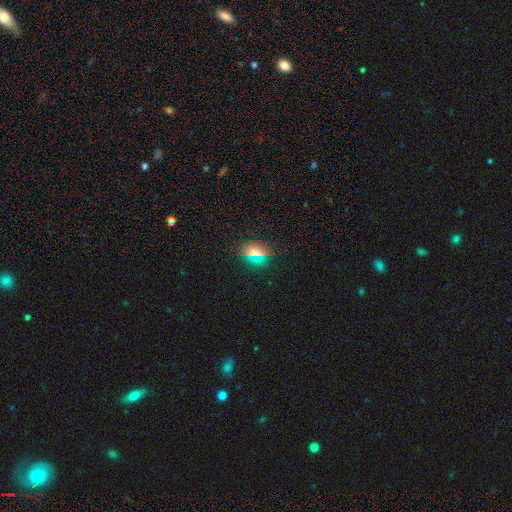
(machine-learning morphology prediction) This is likely a smooth galaxy (62%). How rounded: likely round (61%). Merging: clearly none (88%).